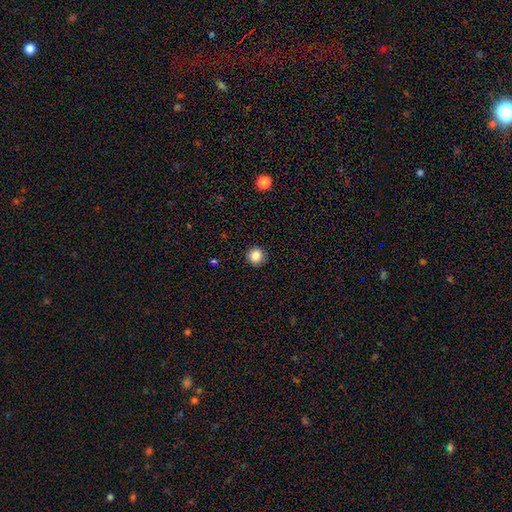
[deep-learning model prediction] smooth_or_featured: smooth (p=0.85) [alt: star or artifact p=0.10]
how_rounded: round (p=0.95) [alt: in between p=0.04]
merging: none (p=0.93) [alt: minor disturbance p=0.05]